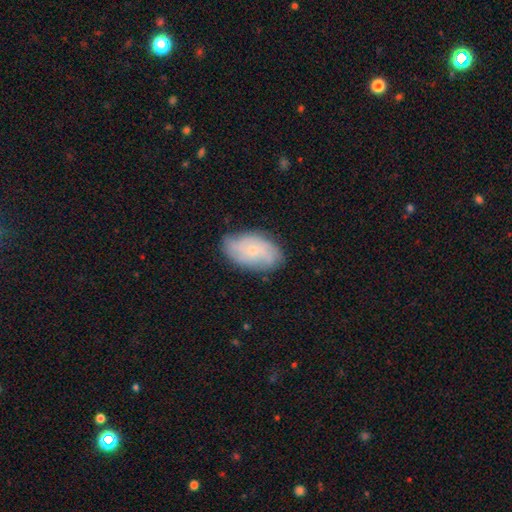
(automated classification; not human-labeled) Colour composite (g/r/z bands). It shows a featured or disk galaxy (56%) with no bar (81%), spiral arms (83%) and a small central bulge (79%). Merging: none (75%).